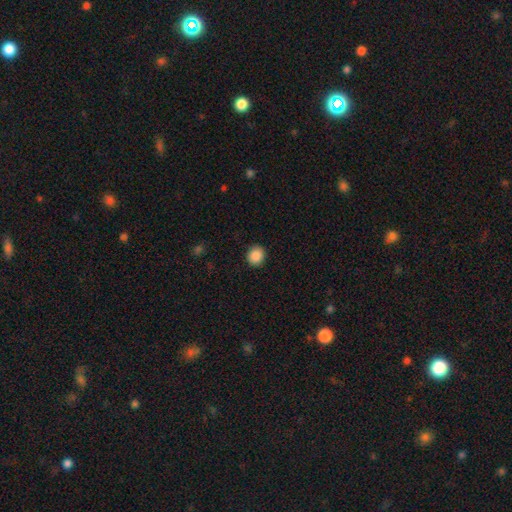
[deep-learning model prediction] smooth_or_featured: smooth (p=0.89) [alt: star or artifact p=0.09]
how_rounded: round (p=0.82) [alt: in between p=0.17]
merging: none (p=0.91) [alt: minor disturbance p=0.06]